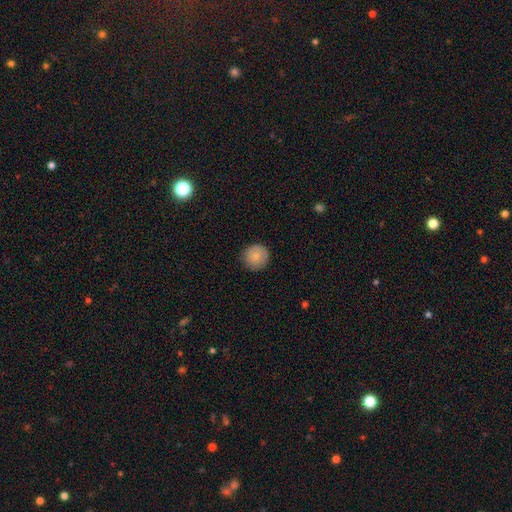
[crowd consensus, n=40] A smooth galaxy with no disk features (85%) that is round (100%).

Vote fractions:
- Smooth or featured? smooth: 85% / star or artifact: 10% / featured or disk: 5%
- How rounded? round: 100% / in between: 0% / cigar-shaped: 0%
- Merging? none: 94% / major disturbance: 6% / minor disturbance: 0% / merger: 0%